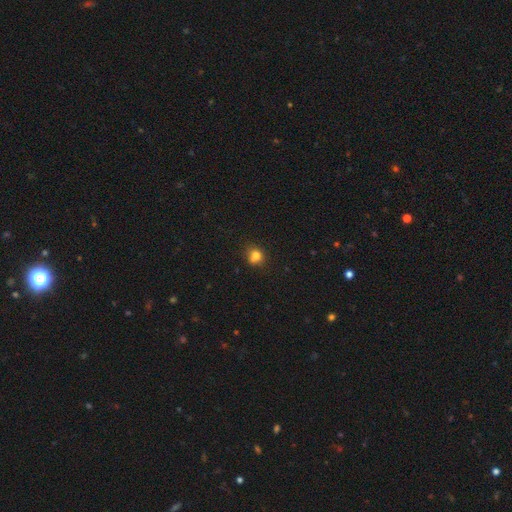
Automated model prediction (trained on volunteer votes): The model was most divided on "merging": none: 55%, minor disturbance: 19%, merger: 19%, major disturbance: 6%. More confident: smooth or featured — smooth (77%); how rounded — round (74%).